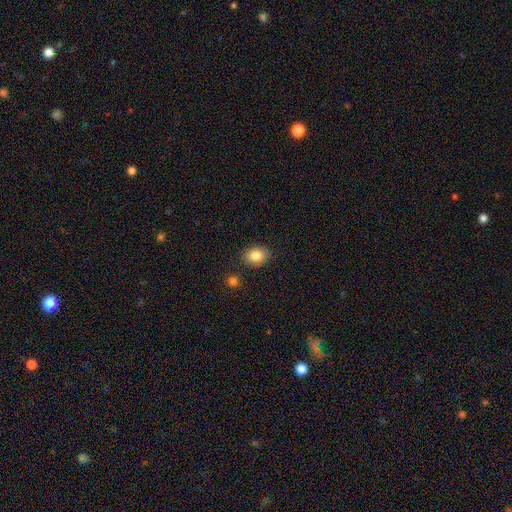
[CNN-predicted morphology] smooth 85%, star or artifact 9%, featured or disk 7%. Down the decision tree: how rounded — in between (61%); merging — none (85%).